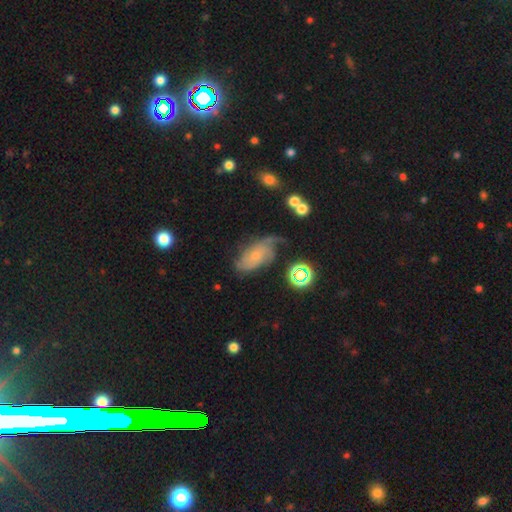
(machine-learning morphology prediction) This is likely a featured or disk galaxy (65%). It is clearly not viewed edge-on (94%). Bar: likely no (73%). Spiral arm pattern: clearly yes (90%). Spiral arm count: marginally 2 (36%). Spiral winding: marginally medium (39%). Central bulge: likely small (66%). Merging: possibly none (47%).